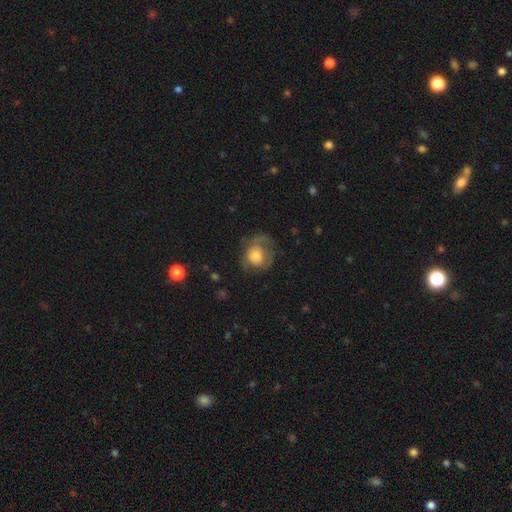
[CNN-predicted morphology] smooth-or-featured: smooth: 53% | featured or disk: 40% | star or artifact: 8%
  how-rounded: round: 74% | in between: 25% | cigar-shaped: 1%
  merging: none: 47% | major disturbance: 28% | minor disturbance: 23% | merger: 2%